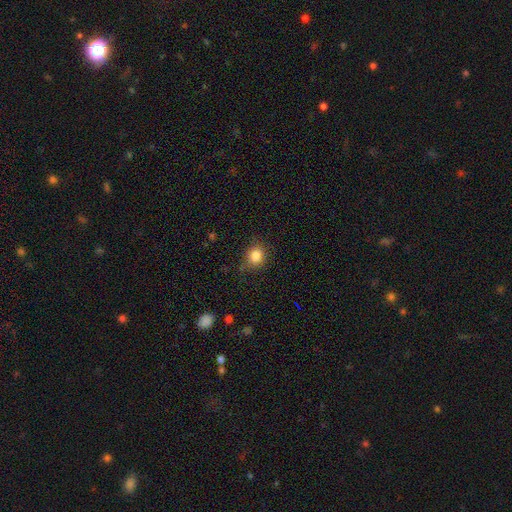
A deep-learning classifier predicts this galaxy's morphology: smooth-or-featured: smooth: 85% | star or artifact: 11% | featured or disk: 5%
  how-rounded: round: 78% | in between: 21% | cigar-shaped: 1%
  merging: none: 78% | minor disturbance: 16% | major disturbance: 4% | merger: 2%